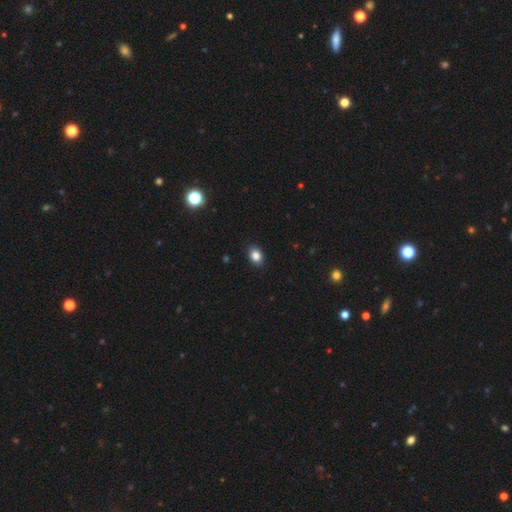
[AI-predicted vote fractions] Smooth or featured? Predicted: smooth (p=0.85). How rounded? Predicted: in between (p=0.62). Merging? Predicted: none (p=0.89).